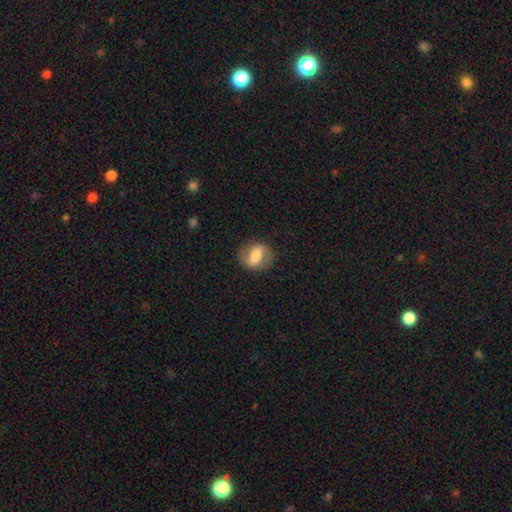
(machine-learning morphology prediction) Smooth or featured: smooth — 54% (featured or disk — 39%)
How rounded: in between — 50% (round — 47%)
Merging: none — 82% (minor disturbance — 12%)